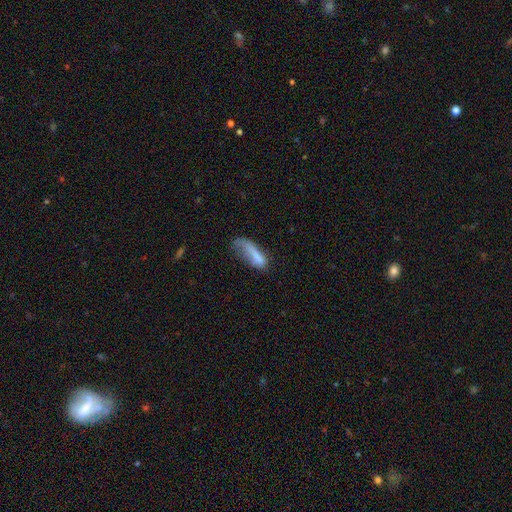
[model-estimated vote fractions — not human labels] Smooth or featured: smooth — 71% (featured or disk — 21%)
How rounded: cigar-shaped — 50% (in between — 48%)
Merging: major disturbance — 41% (minor disturbance — 28%)